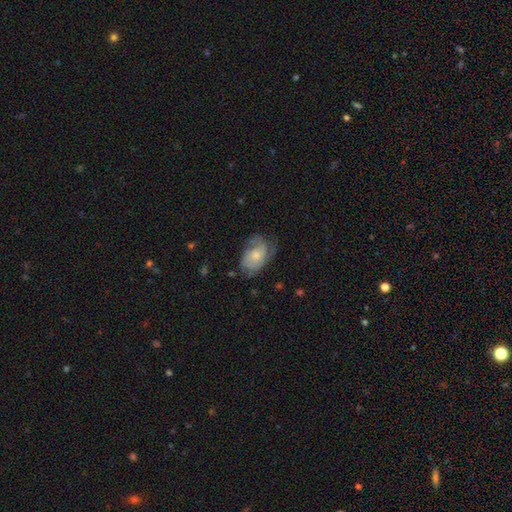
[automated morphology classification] The model was most divided on "bulge size": moderate: 45%, small: 43%, large: 5%, none: 5%, dominant: 1%. Remaining: edge-on disk — no (96%); spiral arms — yes (79%); bar — no (77%); smooth or featured — featured or disk (53%); merging — none (49%).